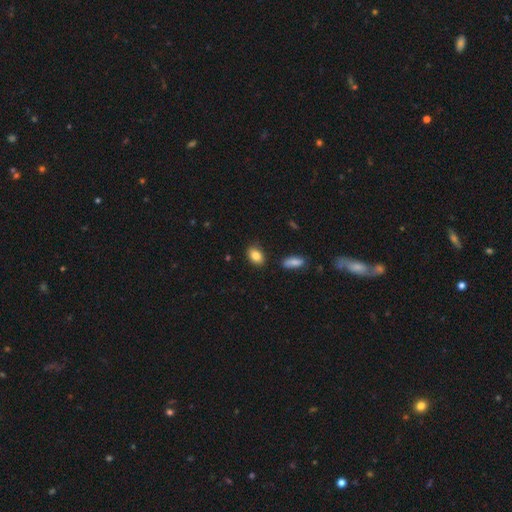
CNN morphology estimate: A smooth galaxy with no disk features (85%) that is in between round and cigar-shaped (86%). Merging: none (85%).